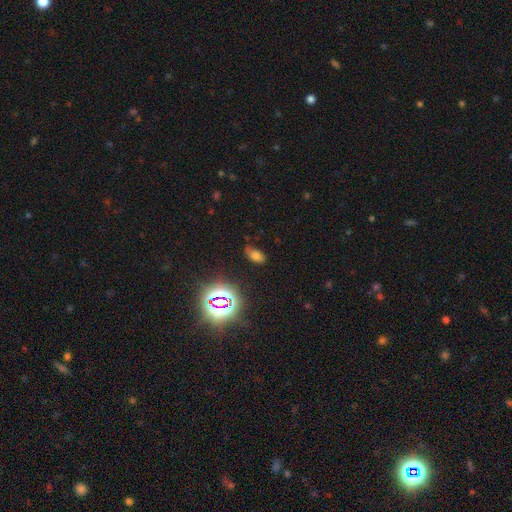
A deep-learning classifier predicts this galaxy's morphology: Smooth or featured?
  - smooth: 62% *
  - star or artifact: 28%
  - featured or disk: 10%
How rounded?
  - in between: 89% *
  - round: 8%
  - cigar-shaped: 4%
Merging?
  - none: 66% *
  - minor disturbance: 24%
  - major disturbance: 8%
  - merger: 3%